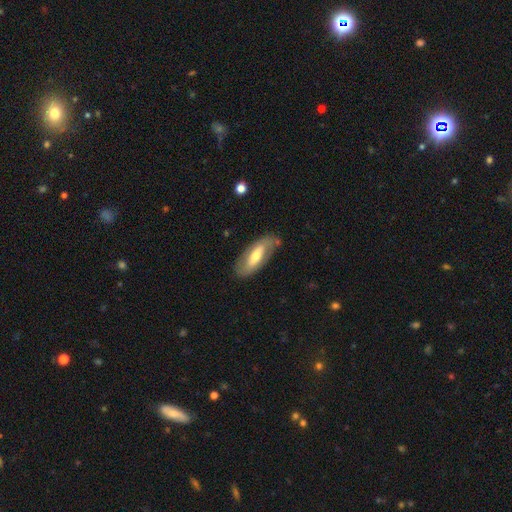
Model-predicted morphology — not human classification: A featured or disk galaxy (50%). Merging: none (76%).